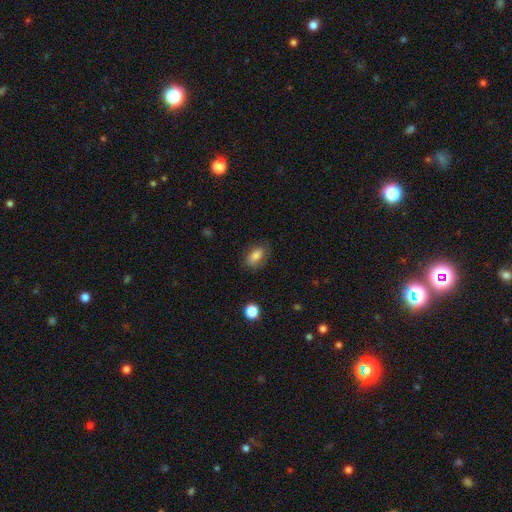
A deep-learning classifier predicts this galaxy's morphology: smooth-or-featured: smooth: 74% | featured or disk: 17% | star or artifact: 9%
  how-rounded: in between: 87% | round: 8% | cigar-shaped: 5%
  merging: none: 77% | minor disturbance: 17% | major disturbance: 5% | merger: 1%